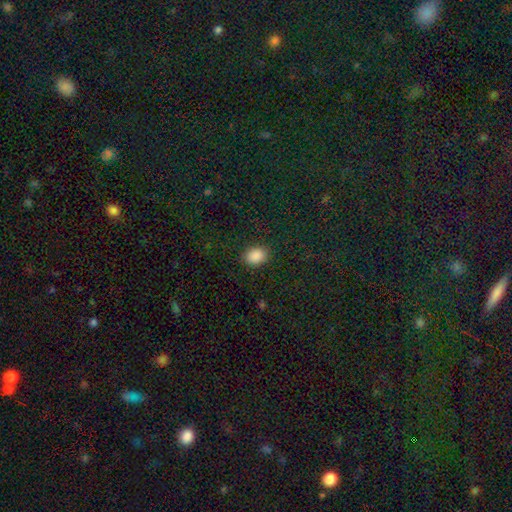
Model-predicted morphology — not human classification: smooth-or-featured: smooth: 88% | star or artifact: 9% | featured or disk: 3%
  how-rounded: in between: 64% | round: 35% | cigar-shaped: 1%
  merging: none: 88% | minor disturbance: 8% | major disturbance: 3% | merger: 1%